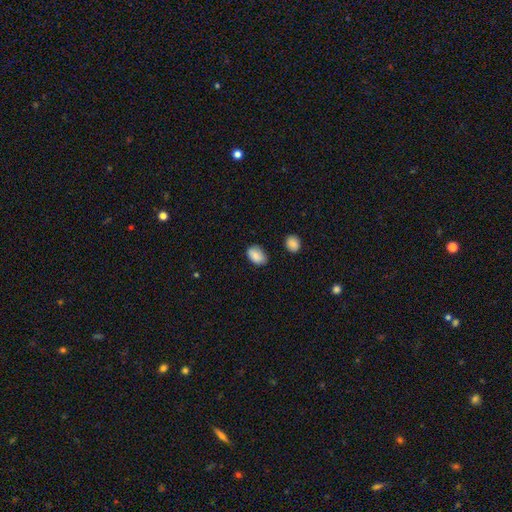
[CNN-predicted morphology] Smooth or featured?
  - smooth: 87% *
  - star or artifact: 8%
  - featured or disk: 6%
How rounded?
  - in between: 88% *
  - round: 10%
  - cigar-shaped: 1%
Merging?
  - none: 73% *
  - minor disturbance: 21%
  - major disturbance: 4%
  - merger: 2%